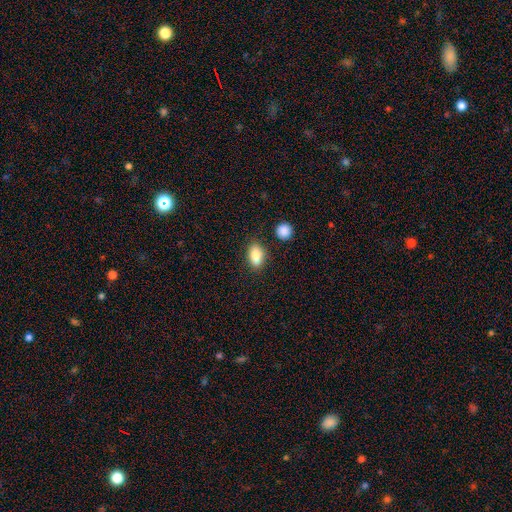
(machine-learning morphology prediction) smooth_or_featured: smooth (p=0.84) [alt: star or artifact p=0.08]
how_rounded: in between (p=0.85) [alt: round p=0.09]
merging: none (p=0.80) [alt: minor disturbance p=0.13]